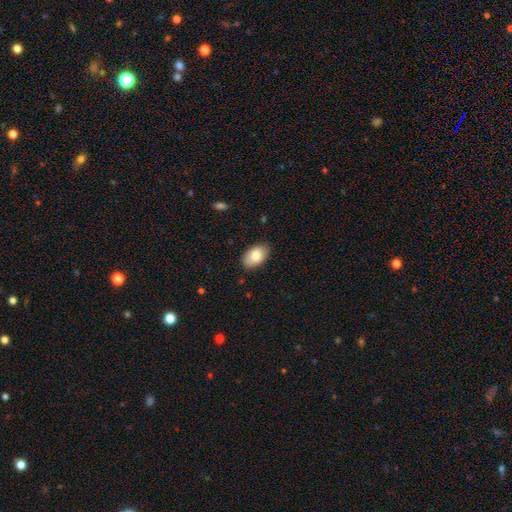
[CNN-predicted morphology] Smooth or featured: smooth — 82% (featured or disk — 12%)
How rounded: in between — 91% (round — 8%)
Merging: none — 82% (minor disturbance — 14%)